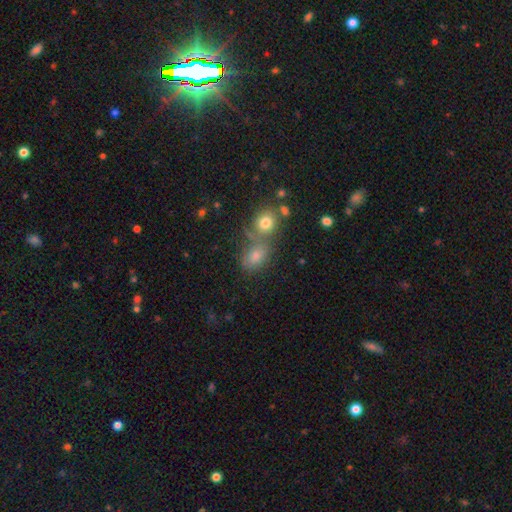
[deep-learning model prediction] Smooth or featured?
  - smooth: 76% *
  - star or artifact: 13%
  - featured or disk: 12%
How rounded?
  - in between: 70% *
  - round: 28%
  - cigar-shaped: 2%
Merging?
  - none: 41% *
  - merger: 39%
  - minor disturbance: 13%
  - major disturbance: 7%